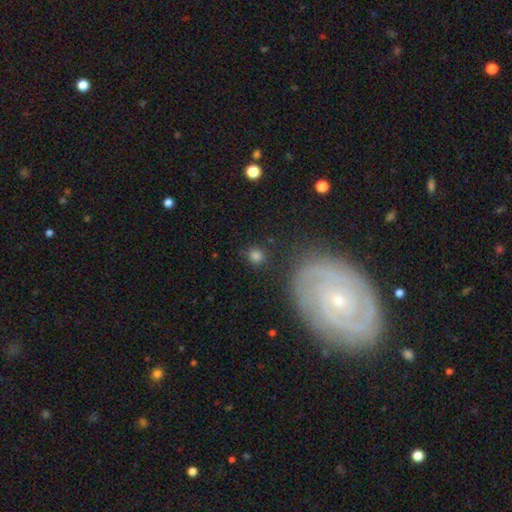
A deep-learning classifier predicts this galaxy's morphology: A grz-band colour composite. It shows a smooth galaxy with no disk features (78%) that is round (89%). Merging: none (83%).